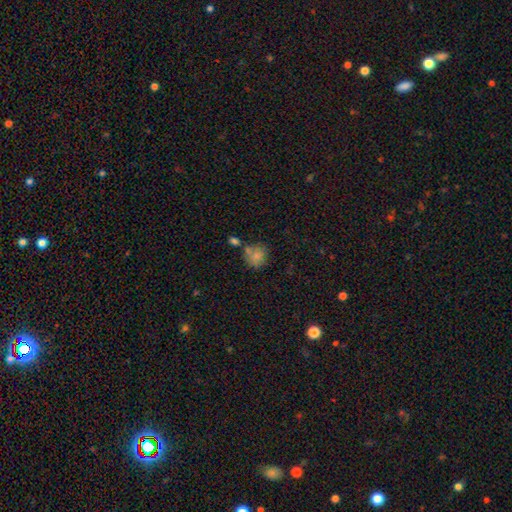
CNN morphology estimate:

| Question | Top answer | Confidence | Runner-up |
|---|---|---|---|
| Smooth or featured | smooth | 79% | star or artifact (11%) |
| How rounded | round | 75% | in between (24%) |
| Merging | none | 51% | merger (22%) |